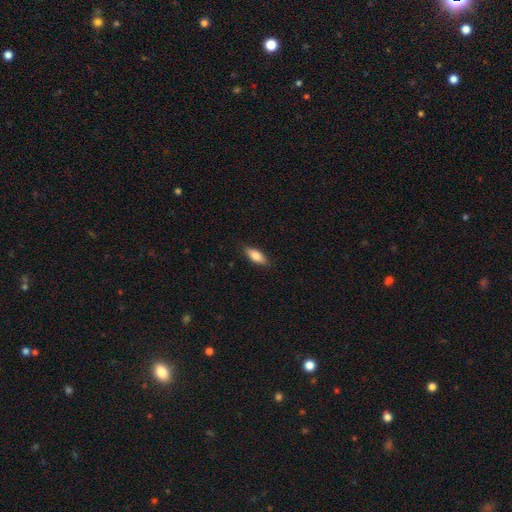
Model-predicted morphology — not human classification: A smooth galaxy with no disk features (81%) that is in between round and cigar-shaped (76%).

Vote fractions:
- Smooth or featured? smooth: 81% / featured or disk: 12% / star or artifact: 6%
- How rounded? in between: 76% / cigar-shaped: 21% / round: 2%
- Merging? none: 86% / minor disturbance: 11% / major disturbance: 2% / merger: 1%